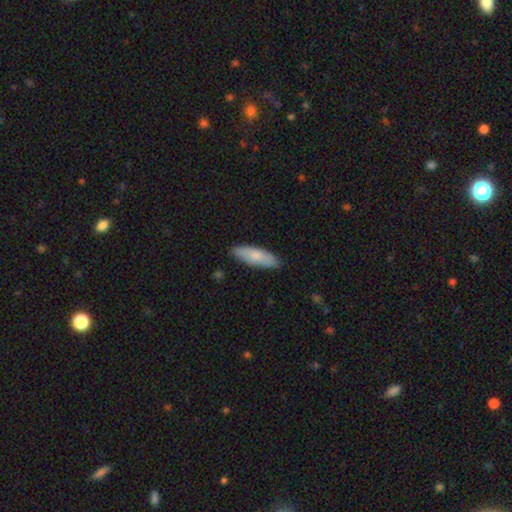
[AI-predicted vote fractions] smooth 78%, featured or disk 16%, star or artifact 5%. Down the decision tree: how rounded — in between (55%); merging — none (86%).